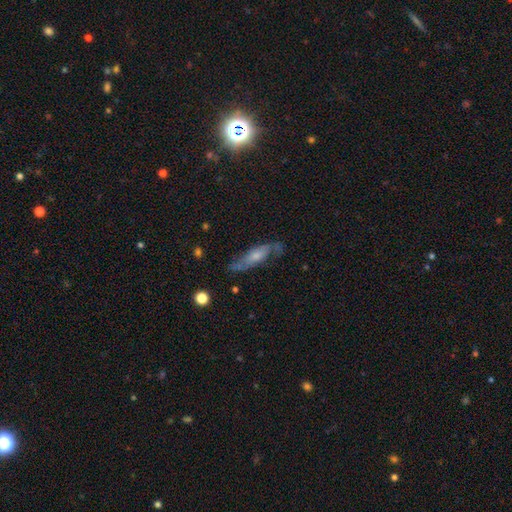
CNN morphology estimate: A featured or disk galaxy (60%). Merging: none (63%).